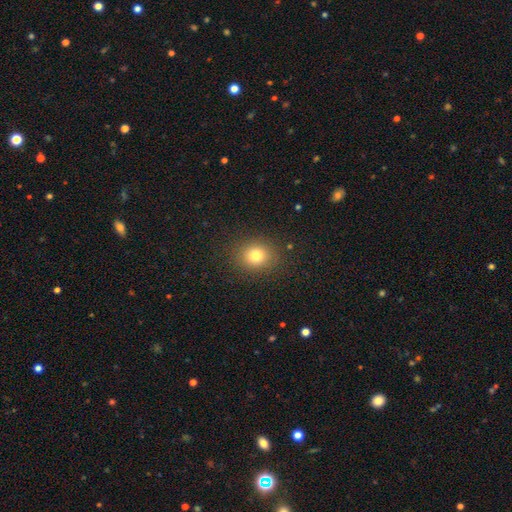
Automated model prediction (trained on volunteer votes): This is likely a smooth galaxy (78%). How rounded: likely round (72%). Merging: clearly none (88%).